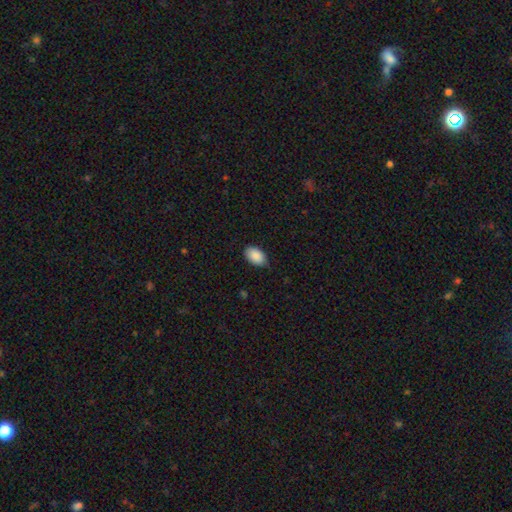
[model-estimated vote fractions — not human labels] This appears to be a smooth galaxy with no disk features (89%) that is in between round and cigar-shaped (91%). Merging: none (80%).